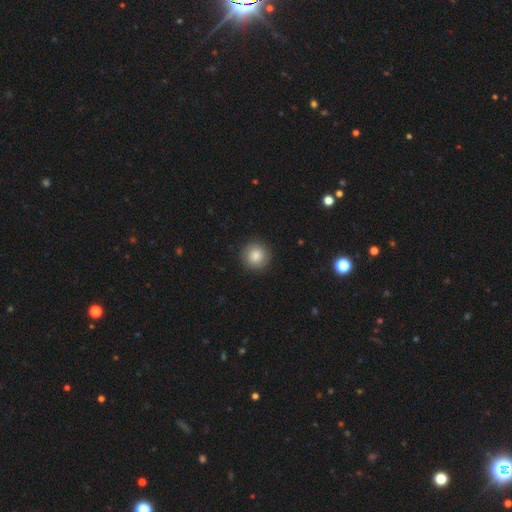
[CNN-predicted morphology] Smooth or featured: smooth — 84% (featured or disk — 8%)
How rounded: round — 95% (in between — 4%)
Merging: none — 90% (minor disturbance — 7%)